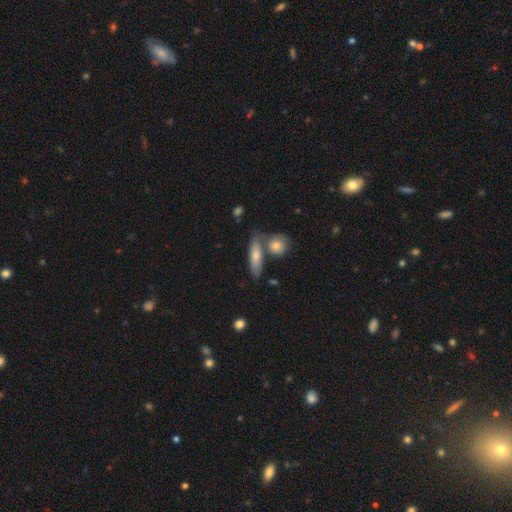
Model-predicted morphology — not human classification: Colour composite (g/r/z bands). It shows a smooth galaxy with no disk features (70%) that is cigar-shaped (55%). Merging: none (59%).